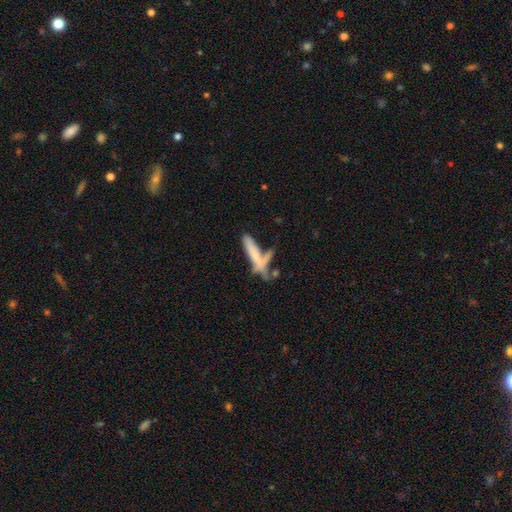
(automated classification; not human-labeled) smooth 61%, featured or disk 29%, star or artifact 10%. Down the decision tree: how rounded — cigar-shaped (79%); merging — merger (35%).